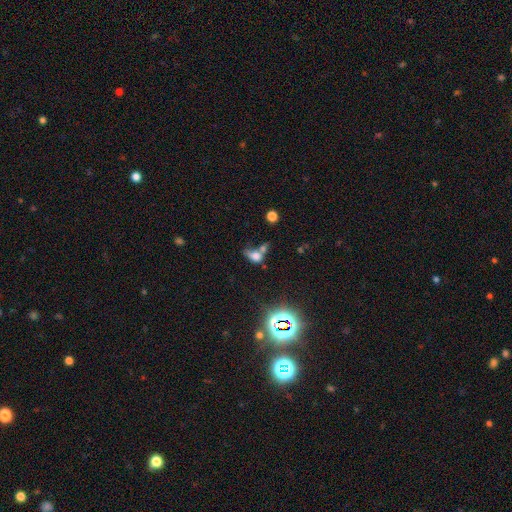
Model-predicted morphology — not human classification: Q: Smooth or featured?
A: smooth (61%); runner-up: star or artifact (21%)
Q: How rounded?
A: in between (74%); runner-up: round (22%)
Q: Merging?
A: merger (45%); runner-up: none (23%)